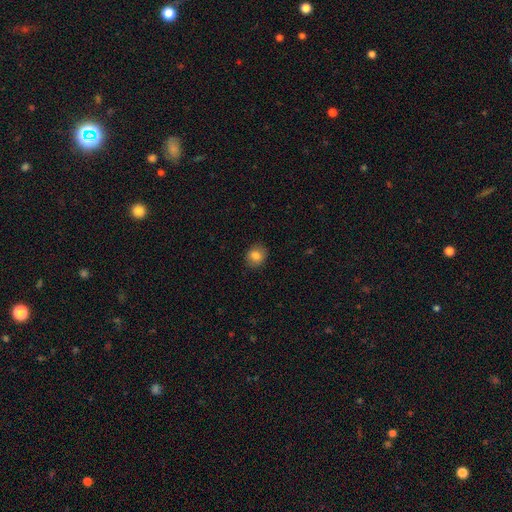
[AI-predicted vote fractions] Smooth or featured? Predicted: smooth (p=0.82). How rounded? Predicted: round (p=0.69). Merging? Predicted: none (p=0.86).